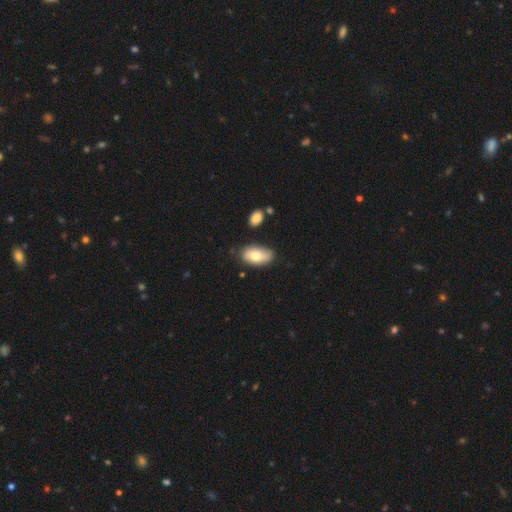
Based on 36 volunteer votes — smooth_or_featured: smooth (p=0.61) [alt: featured or disk p=0.33]
how_rounded: in between (p=1.00)
merging: none (p=0.62) [alt: minor disturbance p=0.26]